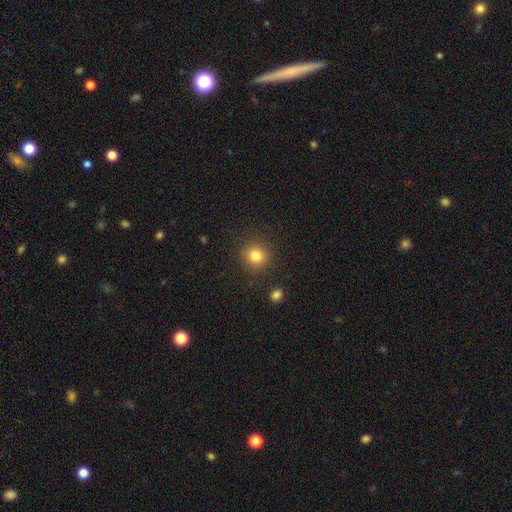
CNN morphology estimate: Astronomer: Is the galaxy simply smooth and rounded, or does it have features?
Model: smooth — 82%.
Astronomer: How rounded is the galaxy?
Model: round — 91%.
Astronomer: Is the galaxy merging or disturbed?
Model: none — 88%.